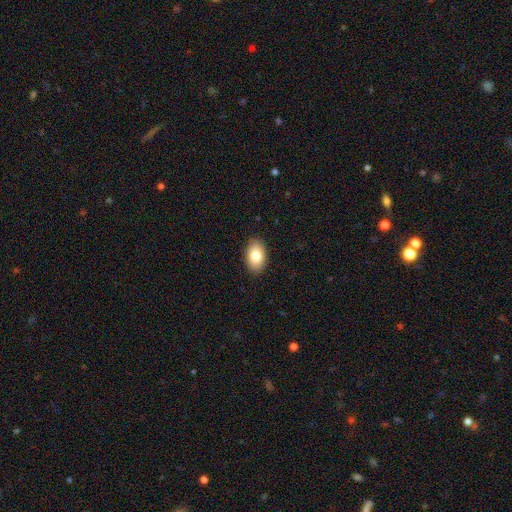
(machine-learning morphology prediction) Smooth or featured?
  - smooth: 83% *
  - featured or disk: 10%
  - star or artifact: 7%
How rounded?
  - in between: 92% *
  - round: 7%
  - cigar-shaped: 1%
Merging?
  - none: 89% *
  - minor disturbance: 8%
  - major disturbance: 2%
  - merger: 1%